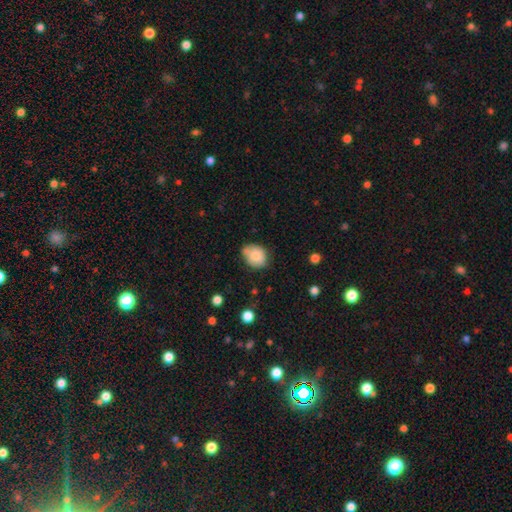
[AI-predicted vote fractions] Q: Smooth or featured?
A: smooth (81%); runner-up: featured or disk (11%)
Q: How rounded?
A: round (52%); runner-up: in between (47%)
Q: Merging?
A: none (59%); runner-up: minor disturbance (29%)